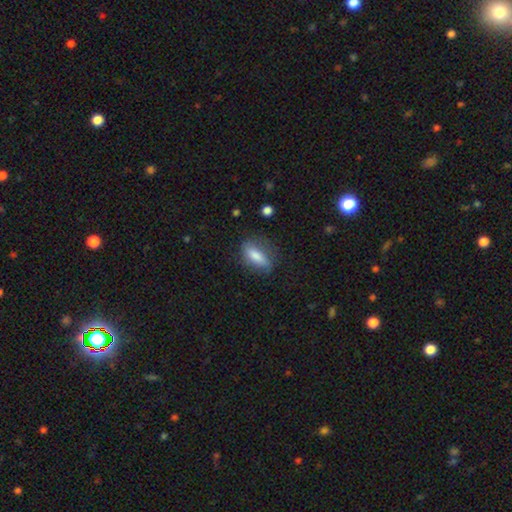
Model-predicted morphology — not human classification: smooth_or_featured: smooth (p=0.75) [alt: featured or disk p=0.17]
how_rounded: in between (p=0.66) [alt: cigar-shaped p=0.30]
merging: none (p=0.71) [alt: minor disturbance p=0.21]